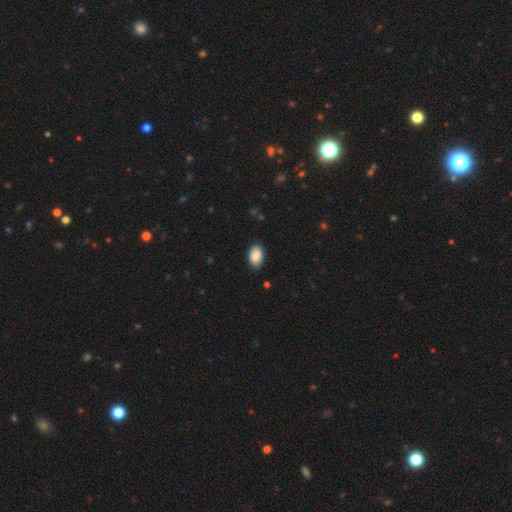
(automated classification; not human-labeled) The model was most divided on "merging": none: 87%, minor disturbance: 10%, major disturbance: 2%, merger: 1%. More confident: how rounded — in between (94%); smooth or featured — smooth (88%).